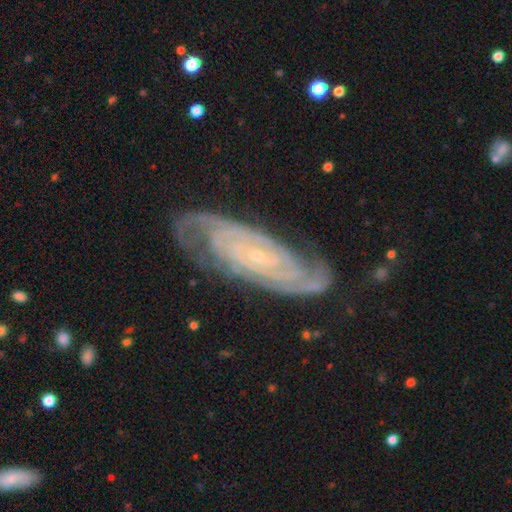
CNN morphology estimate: Smooth or featured? Predicted: featured or disk (p=0.90). Edge-on disk? Predicted: no (p=0.92). Bar? Predicted: no (p=0.67). Spiral arms? Predicted: yes (p=0.98). Spiral winding? Predicted: tight (p=0.75). Spiral arm count? Predicted: 2 (p=0.52). Bulge size? Predicted: small (p=0.87). Merging? Predicted: none (p=0.79).